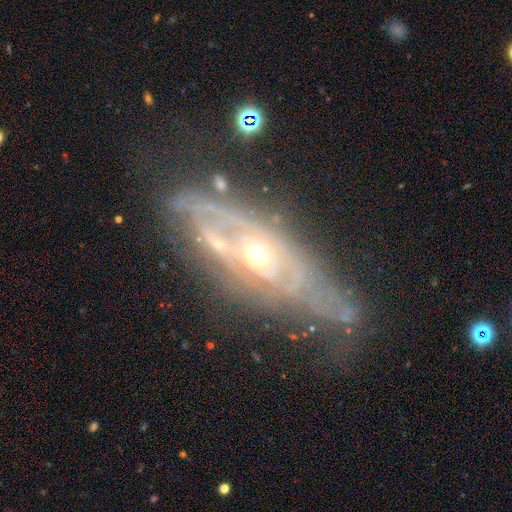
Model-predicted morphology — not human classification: featured or disk 82%, smooth 11%, star or artifact 7%. Down the decision tree: edge-on disk — no (74%); bar — no (75%); spiral arms — yes (66%); bulge size — small (51%); merging — none (50%).